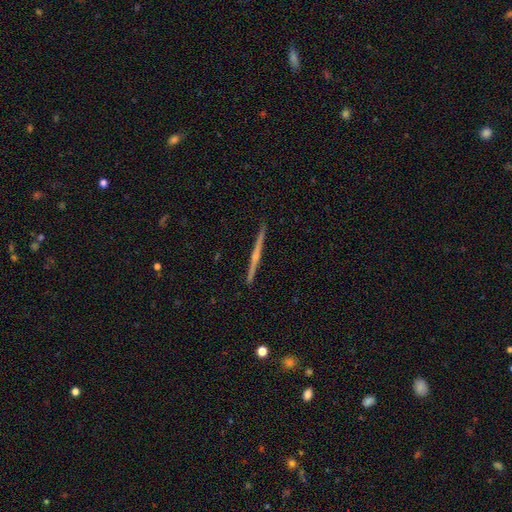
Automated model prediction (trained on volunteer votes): featured or disk 74%, smooth 20%, star or artifact 6%. Down the decision tree: edge-on disk — yes (99%); edge-on bulge — rounded (57%); merging — none (93%).